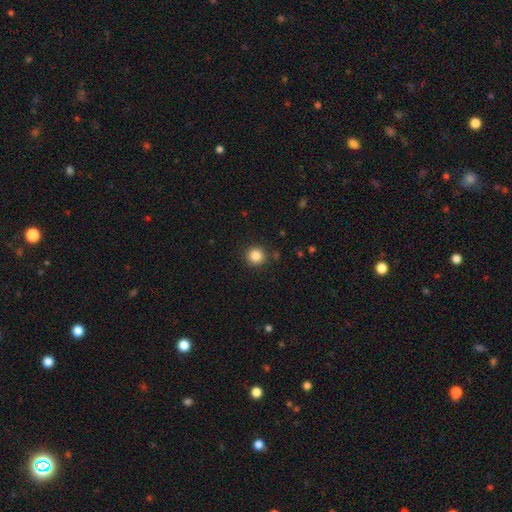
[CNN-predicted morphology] smooth-or-featured: smooth: 85% | star or artifact: 10% | featured or disk: 5%
  how-rounded: round: 94% | in between: 5% | cigar-shaped: 1%
  merging: none: 90% | minor disturbance: 6% | major disturbance: 2% | merger: 2%